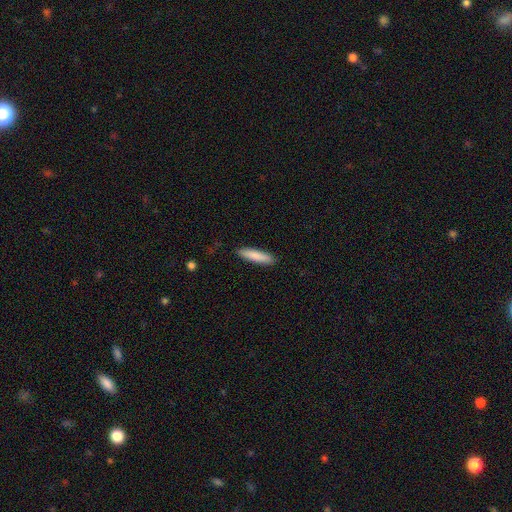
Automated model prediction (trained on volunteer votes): Smooth or featured?
  - smooth: 85% *
  - featured or disk: 9%
  - star or artifact: 5%
How rounded?
  - cigar-shaped: 82% *
  - in between: 17%
  - round: 1%
Merging?
  - none: 90% *
  - minor disturbance: 7%
  - major disturbance: 2%
  - merger: 1%